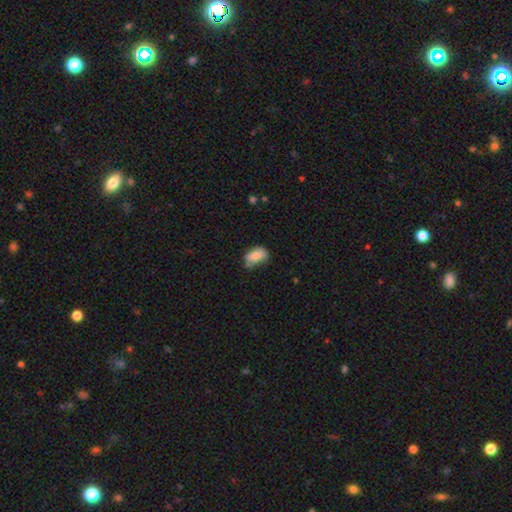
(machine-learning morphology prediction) Smooth or featured? smooth (82%)
How rounded? in between (88%)
Merging? none (50%)